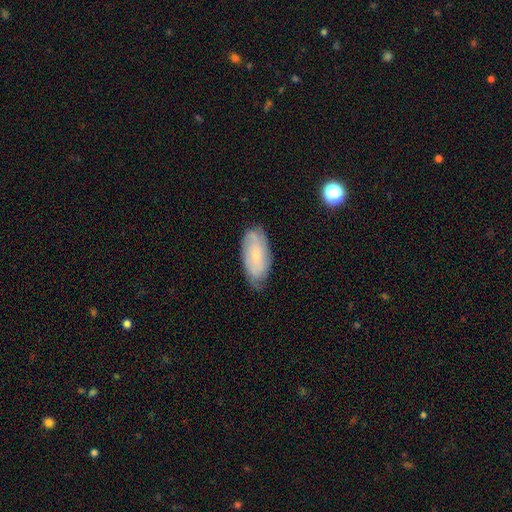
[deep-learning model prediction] smooth_or_featured: smooth (p=0.48) [alt: featured or disk p=0.44]
merging: none (p=0.72) [alt: minor disturbance p=0.22]